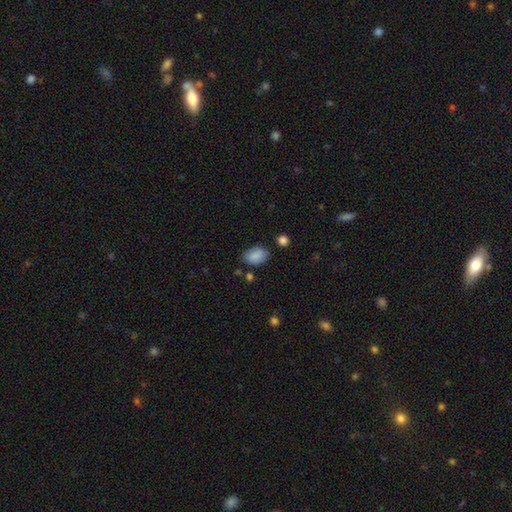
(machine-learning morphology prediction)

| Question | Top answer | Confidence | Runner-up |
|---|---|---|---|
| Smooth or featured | smooth | 87% | star or artifact (7%) |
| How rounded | in between | 87% | round (12%) |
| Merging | none | 77% | minor disturbance (15%) |